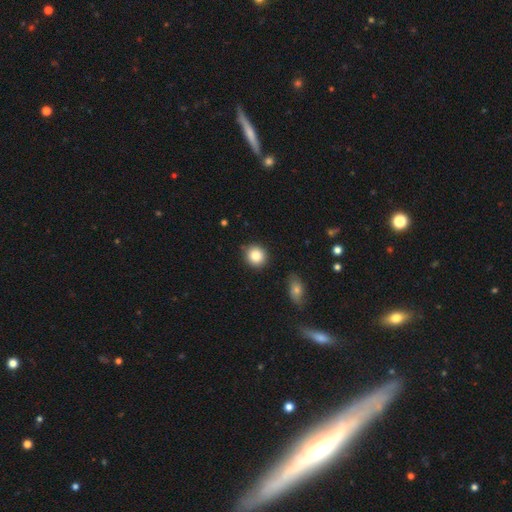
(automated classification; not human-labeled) smooth_or_featured: smooth (p=0.85) [alt: star or artifact p=0.09]
how_rounded: round (p=0.86) [alt: in between p=0.13]
merging: none (p=0.84) [alt: minor disturbance p=0.11]